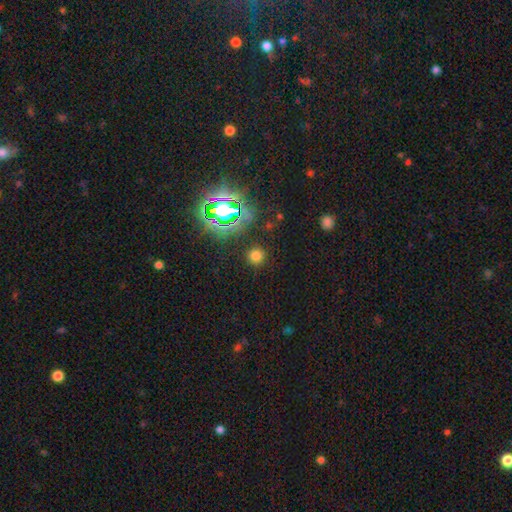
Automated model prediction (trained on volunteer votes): The model was most divided on "smooth or featured": smooth: 67%, star or artifact: 27%, featured or disk: 6%. More confident: how rounded — round (93%); merging — none (89%).